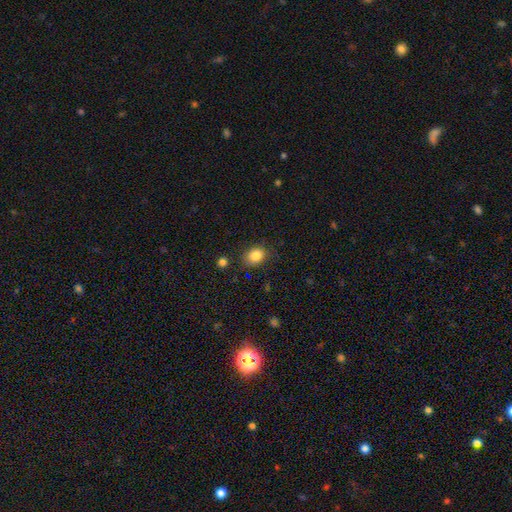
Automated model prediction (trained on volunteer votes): smooth 85%, star or artifact 10%, featured or disk 6%. Down the decision tree: how rounded — in between (60%); merging — none (81%).